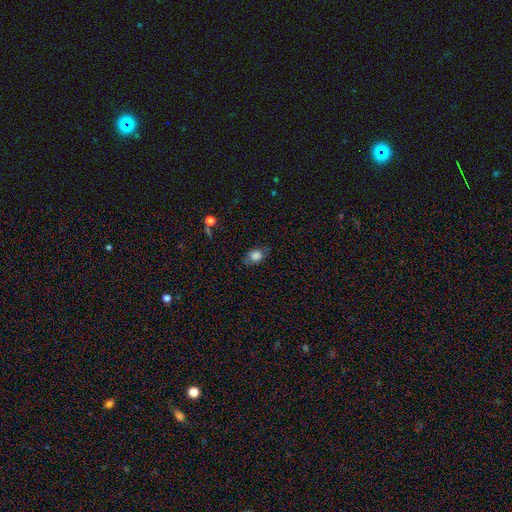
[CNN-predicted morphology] Q: Smooth or featured?
A: smooth (78%); runner-up: featured or disk (12%)
Q: How rounded?
A: in between (72%); runner-up: round (26%)
Q: Merging?
A: none (66%); runner-up: minor disturbance (25%)